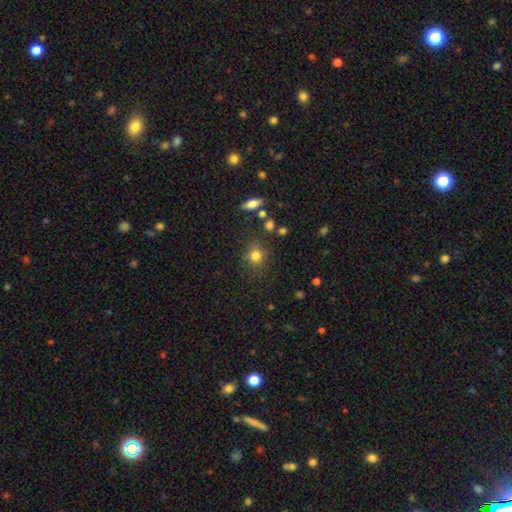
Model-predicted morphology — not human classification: This appears to be a smooth galaxy with no disk features (78%) that is round (70%). Merging: none (74%).